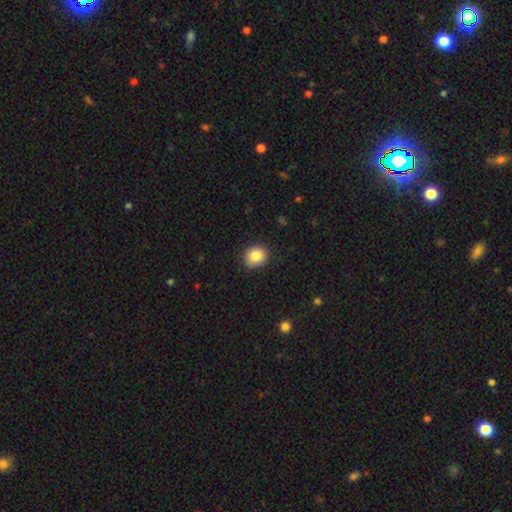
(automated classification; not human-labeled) A smooth galaxy with no disk features (86%) that is round (77%).

Vote fractions:
- Smooth or featured? smooth: 86% / star or artifact: 9% / featured or disk: 5%
- How rounded? round: 77% / in between: 22% / cigar-shaped: 1%
- Merging? none: 89% / minor disturbance: 8% / major disturbance: 2% / merger: 1%